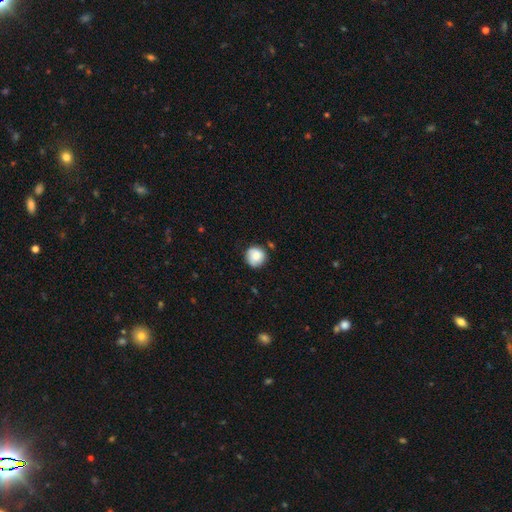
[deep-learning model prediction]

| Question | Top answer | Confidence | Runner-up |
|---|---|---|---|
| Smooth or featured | smooth | 84% | featured or disk (9%) |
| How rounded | round | 94% | in between (5%) |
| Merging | none | 78% | minor disturbance (16%) |